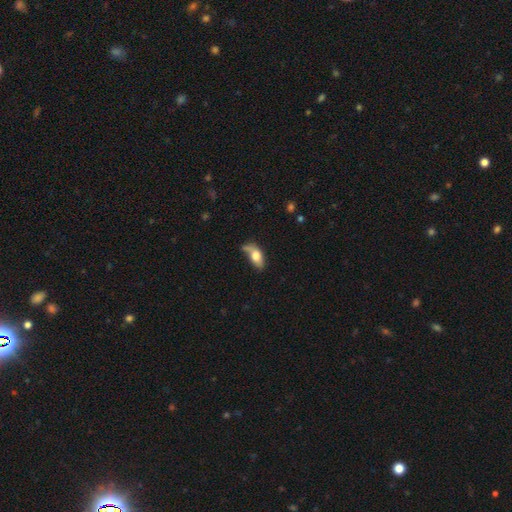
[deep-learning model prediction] The model was most divided on "merging": none: 36%, minor disturbance: 29%, major disturbance: 21%, merger: 15%. More confident: how rounded — in between (84%); smooth or featured — smooth (67%).